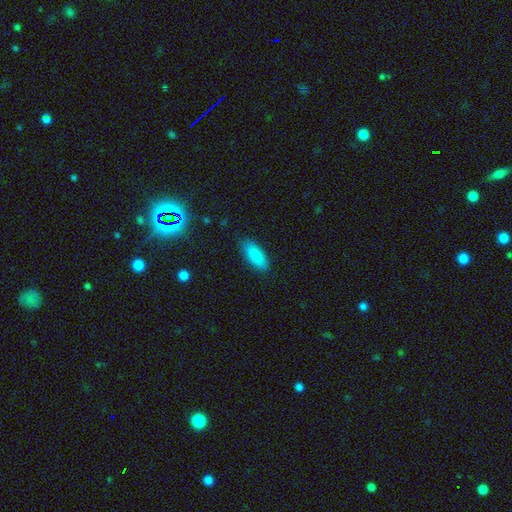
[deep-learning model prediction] smooth 88%, star or artifact 7%, featured or disk 6%. Down the decision tree: how rounded — in between (74%); merging — none (86%).